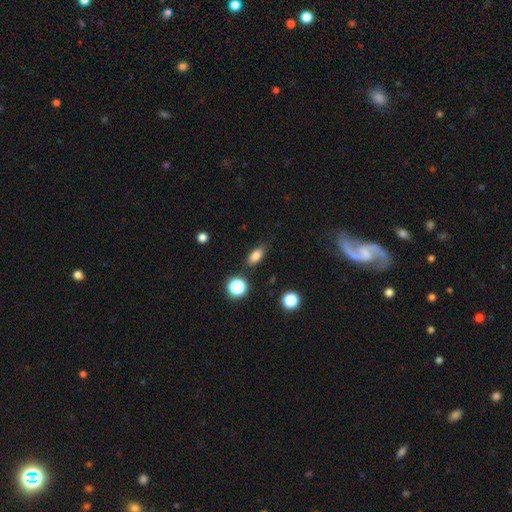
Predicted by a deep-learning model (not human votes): A smooth galaxy with no disk features (81%) that is in between round and cigar-shaped (80%).

Vote fractions:
- Smooth or featured? smooth: 81% / star or artifact: 12% / featured or disk: 7%
- How rounded? in between: 80% / round: 10% / cigar-shaped: 10%
- Merging? none: 82% / minor disturbance: 12% / major disturbance: 3% / merger: 3%